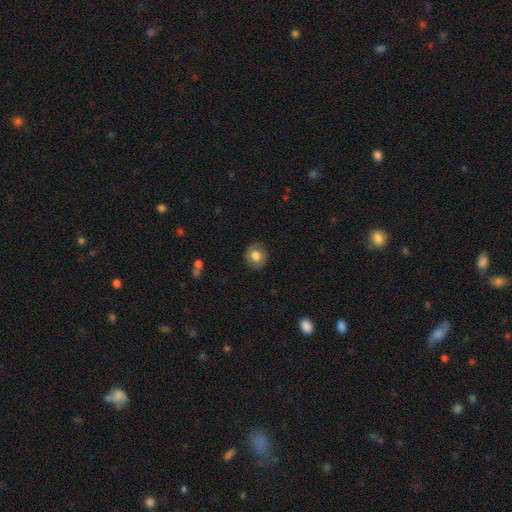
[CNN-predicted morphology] smooth-or-featured: smooth: 77% | featured or disk: 14% | star or artifact: 9%
  how-rounded: round: 87% | in between: 12% | cigar-shaped: 1%
  merging: none: 87% | minor disturbance: 9% | major disturbance: 2% | merger: 1%